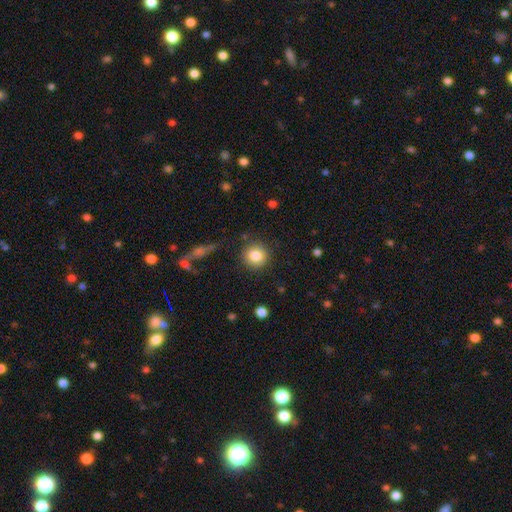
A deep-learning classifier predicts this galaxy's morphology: Smooth or featured?
  - smooth: 84% *
  - star or artifact: 9%
  - featured or disk: 7%
How rounded?
  - round: 92% *
  - in between: 7%
  - cigar-shaped: 1%
Merging?
  - none: 88% *
  - minor disturbance: 7%
  - major disturbance: 3%
  - merger: 2%